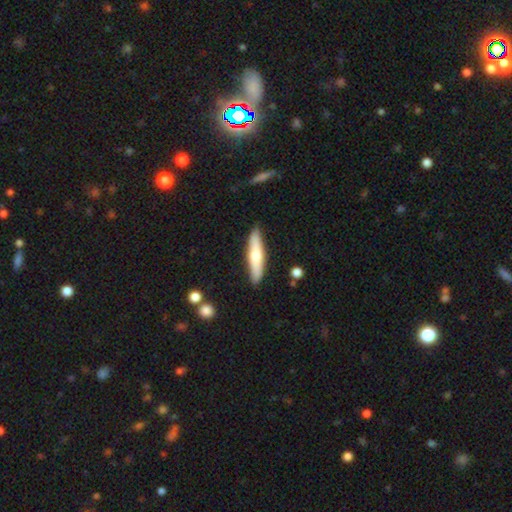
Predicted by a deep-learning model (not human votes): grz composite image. It shows a smooth galaxy with no disk features (60%) that is cigar-shaped (82%). Merging: none (88%).